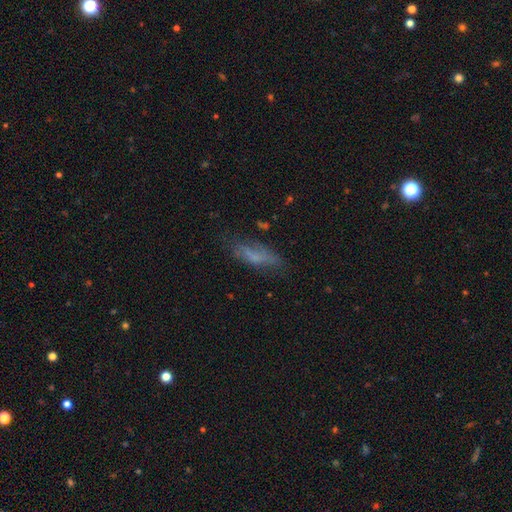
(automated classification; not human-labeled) Morphology: type=smooth (57%); roundness=in between (50%); merging=none (54%).